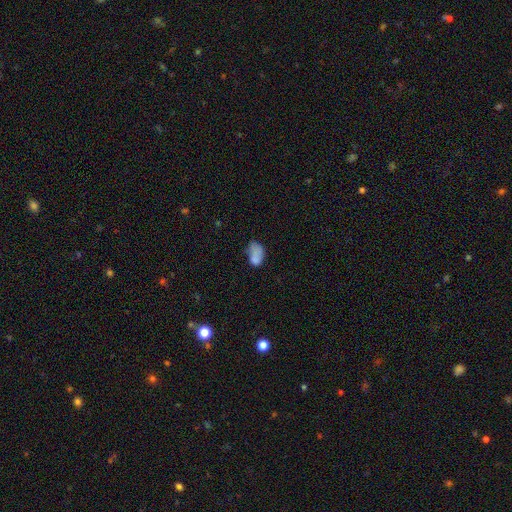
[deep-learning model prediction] smooth-or-featured: smooth: 73% | featured or disk: 15% | star or artifact: 12%
  how-rounded: in between: 89% | round: 9% | cigar-shaped: 2%
  merging: none: 34% | minor disturbance: 32% | major disturbance: 25% | merger: 10%